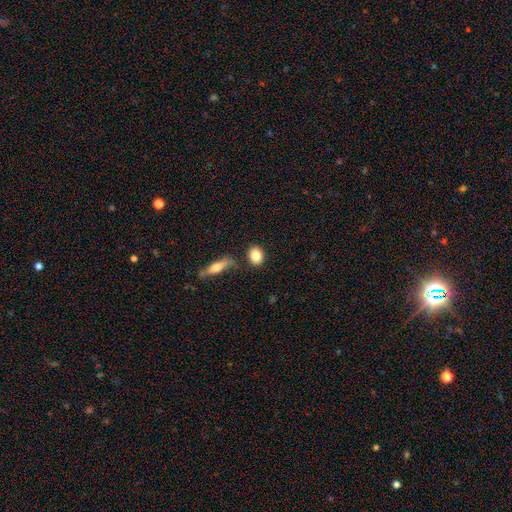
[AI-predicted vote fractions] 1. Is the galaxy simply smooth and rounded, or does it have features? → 83% smooth, 10% featured or disk, 7% star or artifact.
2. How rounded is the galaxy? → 58% in between, 39% round, 3% cigar-shaped.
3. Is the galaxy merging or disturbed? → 78% none, 10% minor disturbance, 8% merger, 3% major disturbance.